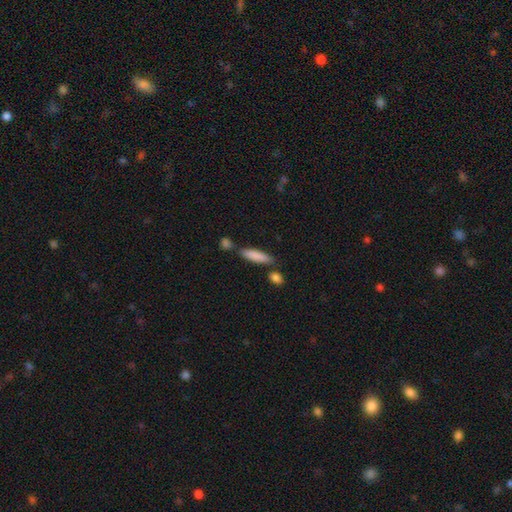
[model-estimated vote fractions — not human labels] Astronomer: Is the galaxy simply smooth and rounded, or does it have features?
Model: smooth — 84%.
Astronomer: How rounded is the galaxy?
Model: cigar-shaped — 72%.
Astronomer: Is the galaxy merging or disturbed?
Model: none — 70%.